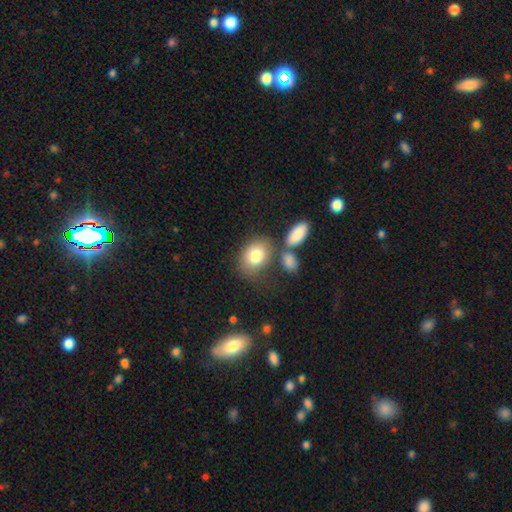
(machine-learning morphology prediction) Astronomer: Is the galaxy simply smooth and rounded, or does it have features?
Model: smooth — 79%.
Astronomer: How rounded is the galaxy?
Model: in between — 71%.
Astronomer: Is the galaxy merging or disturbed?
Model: none — 56%.